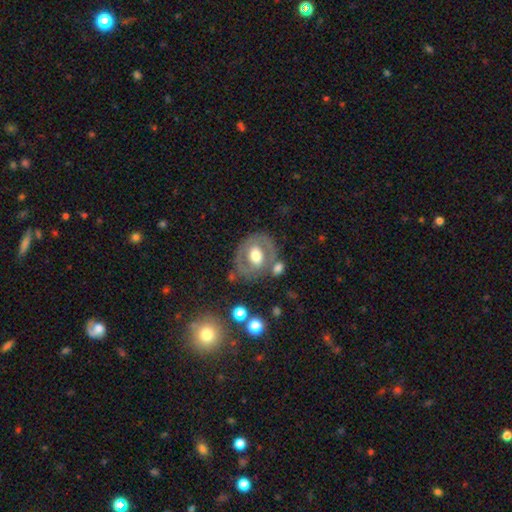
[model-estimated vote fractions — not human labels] featured or disk 56%, smooth 37%, star or artifact 7%. Down the decision tree: edge-on disk — no (94%); bar — no (60%); spiral arms — no (67%); bulge size — moderate (57%); merging — none (63%).